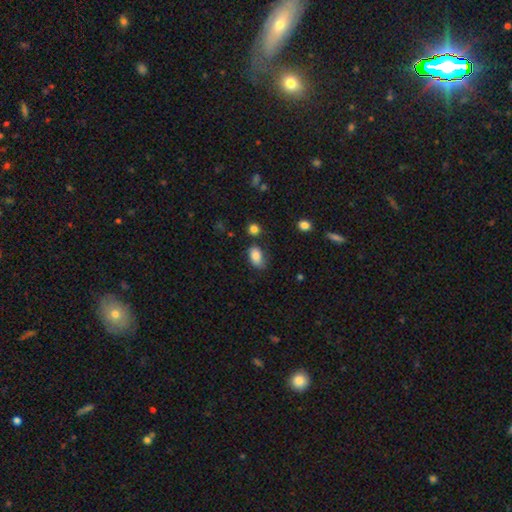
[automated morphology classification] Smooth or featured?
  - smooth: 83% *
  - star or artifact: 9%
  - featured or disk: 9%
How rounded?
  - in between: 89% *
  - round: 9%
  - cigar-shaped: 2%
Merging?
  - none: 58% *
  - minor disturbance: 29%
  - major disturbance: 8%
  - merger: 5%